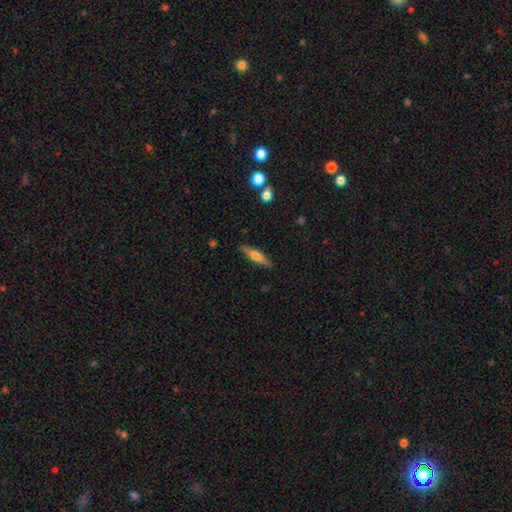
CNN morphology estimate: Smooth or featured: featured or disk — 53% (smooth — 41%)
Edge-on disk: yes — 95% (no — 5%)
Edge-on bulge: rounded — 82% (boxy — 13%)
Merging: none — 88% (minor disturbance — 9%)